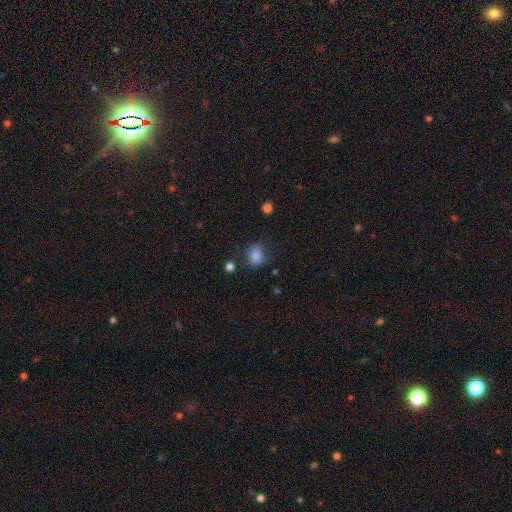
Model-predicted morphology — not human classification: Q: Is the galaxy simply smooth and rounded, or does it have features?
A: smooth — 81%.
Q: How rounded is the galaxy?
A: in between — 64%.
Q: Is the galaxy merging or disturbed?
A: none — 60%.